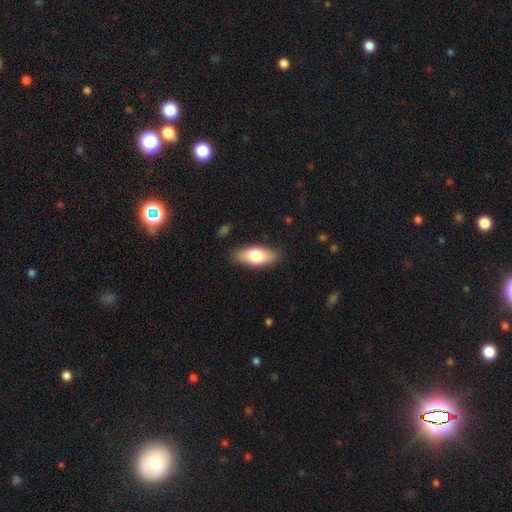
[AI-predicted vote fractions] Q: Smooth or featured?
A: smooth (73%); runner-up: featured or disk (21%)
Q: How rounded?
A: in between (83%); runner-up: cigar-shaped (14%)
Q: Merging?
A: none (86%); runner-up: minor disturbance (11%)